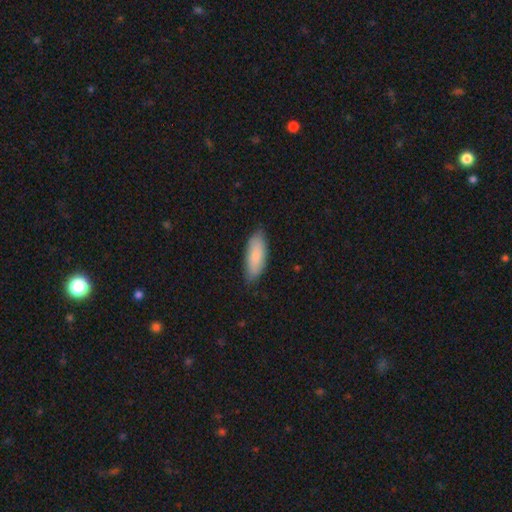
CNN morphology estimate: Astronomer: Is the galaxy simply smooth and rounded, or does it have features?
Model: smooth — 85%.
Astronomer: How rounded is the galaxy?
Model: in between — 72%.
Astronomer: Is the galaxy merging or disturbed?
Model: none — 82%.